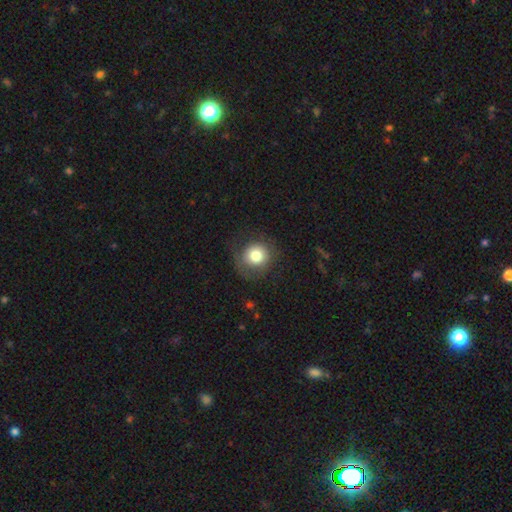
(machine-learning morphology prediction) Smooth or featured? Predicted: smooth (p=0.76). How rounded? Predicted: round (p=0.92). Merging? Predicted: none (p=0.72).